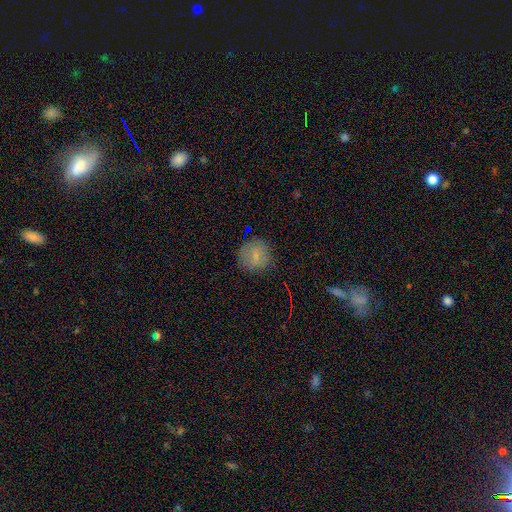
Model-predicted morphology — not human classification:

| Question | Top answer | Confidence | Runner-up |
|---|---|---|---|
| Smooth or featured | smooth | 75% | featured or disk (14%) |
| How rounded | round | 90% | in between (9%) |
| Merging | none | 83% | minor disturbance (12%) |